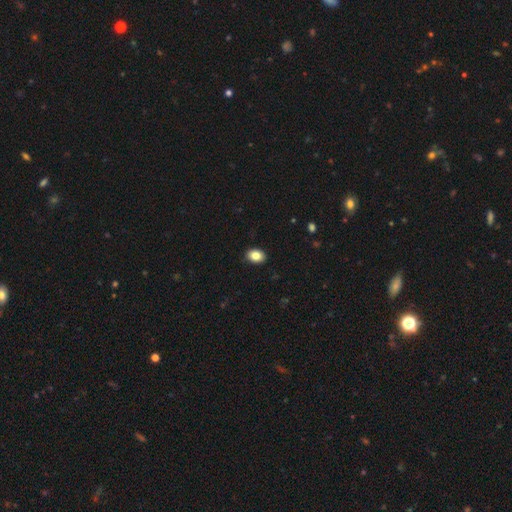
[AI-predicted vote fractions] A smooth galaxy with no disk features (85%) that is in between round and cigar-shaped (75%).

Vote fractions:
- Smooth or featured? smooth: 85% / star or artifact: 8% / featured or disk: 6%
- How rounded? in between: 75% / round: 24% / cigar-shaped: 1%
- Merging? none: 90% / minor disturbance: 7% / major disturbance: 2% / merger: 1%